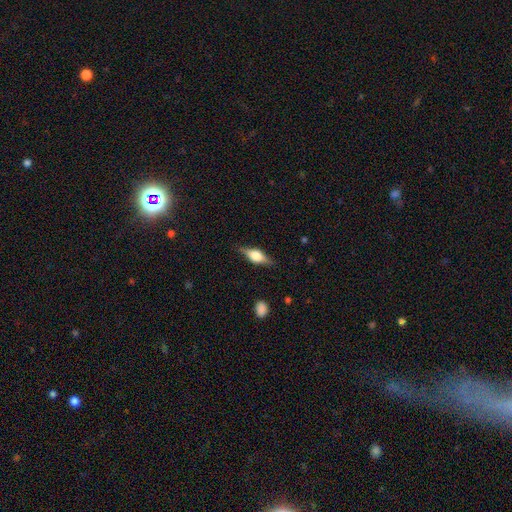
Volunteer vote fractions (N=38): Smooth or featured? featured or disk (66%)
Edge-on disk? yes (92%)
Edge-on bulge? rounded (91%)
Merging? none (89%)